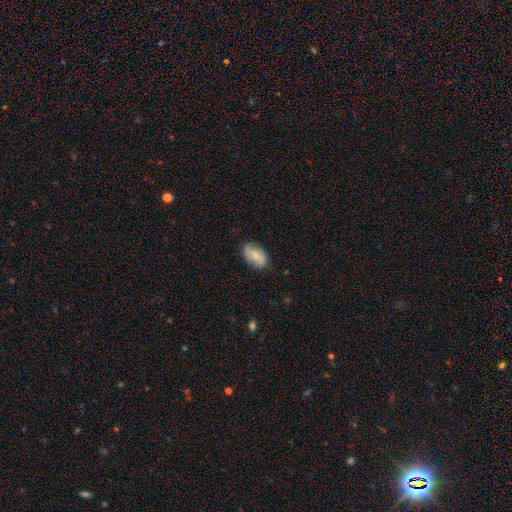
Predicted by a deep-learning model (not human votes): A smooth galaxy with no disk features (60%) that is in between round and cigar-shaped (90%). Merging: none (74%).